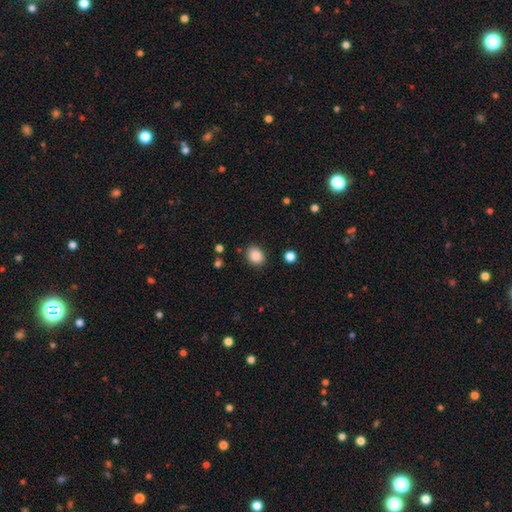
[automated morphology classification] This appears to be a smooth galaxy with no disk features (87%) that is round (53%). Merging: none (86%).